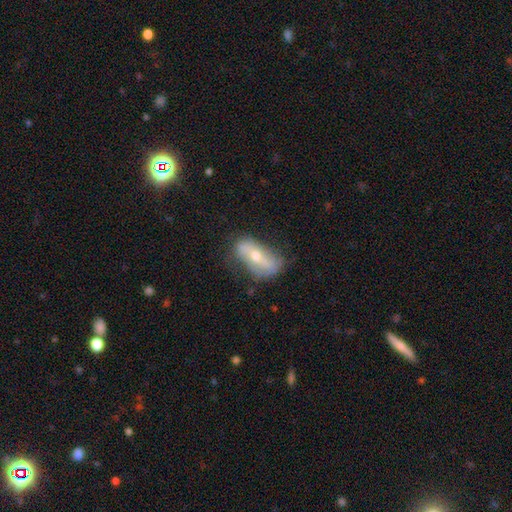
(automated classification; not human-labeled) Q: Smooth or featured?
A: featured or disk (57%); runner-up: smooth (35%)
Q: Edge-on disk?
A: no (82%); runner-up: yes (18%)
Q: Merging?
A: none (62%); runner-up: minor disturbance (26%)